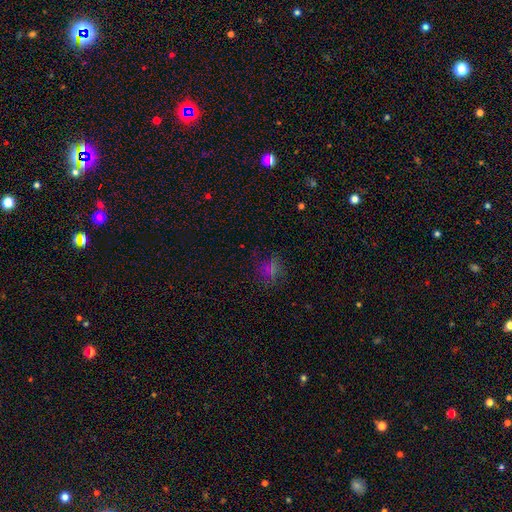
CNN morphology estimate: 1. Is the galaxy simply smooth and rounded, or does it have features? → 56% smooth, 33% star or artifact, 11% featured or disk.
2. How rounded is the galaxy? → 69% round, 29% in between, 2% cigar-shaped.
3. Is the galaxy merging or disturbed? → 70% none, 17% minor disturbance, 11% major disturbance, 2% merger.